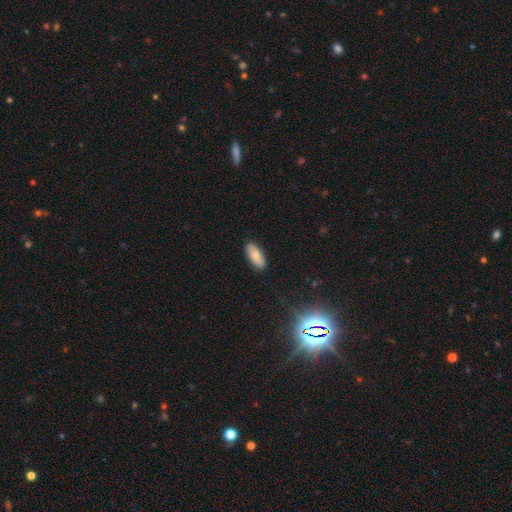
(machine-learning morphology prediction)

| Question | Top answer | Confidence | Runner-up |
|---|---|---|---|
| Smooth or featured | smooth | 77% | featured or disk (16%) |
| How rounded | in between | 75% | cigar-shaped (23%) |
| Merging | none | 86% | minor disturbance (11%) |